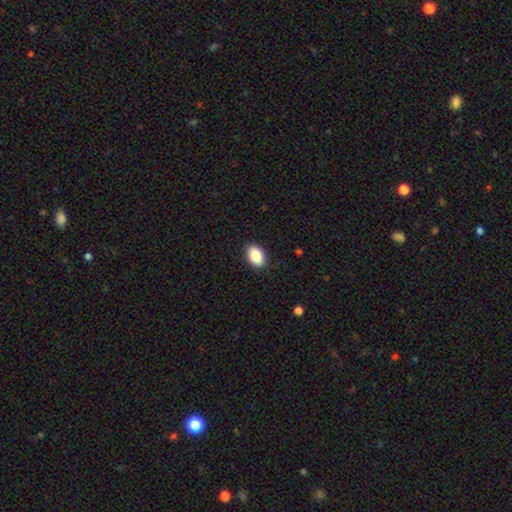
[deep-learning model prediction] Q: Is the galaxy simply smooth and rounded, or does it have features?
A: smooth — 87%.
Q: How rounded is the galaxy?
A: in between — 88%.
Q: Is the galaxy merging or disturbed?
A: none — 88%.